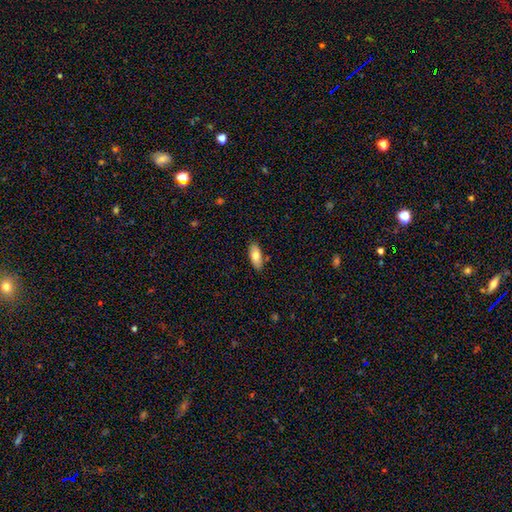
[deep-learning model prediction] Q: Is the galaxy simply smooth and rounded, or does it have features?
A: smooth — 79%.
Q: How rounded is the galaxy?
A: in between — 83%.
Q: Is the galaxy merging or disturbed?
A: none — 85%.